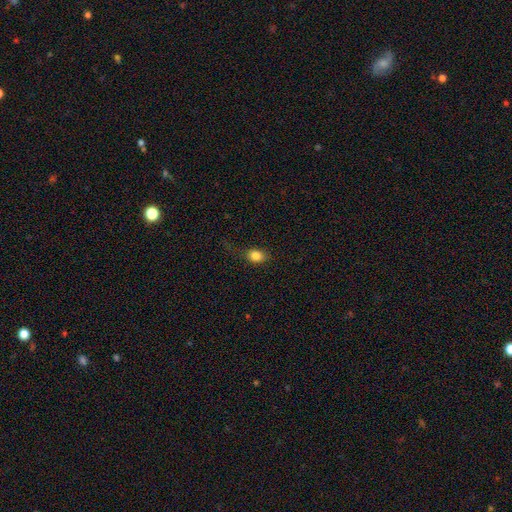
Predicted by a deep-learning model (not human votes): Smooth or featured? smooth (83%)
How rounded? in between (63%)
Merging? none (72%)